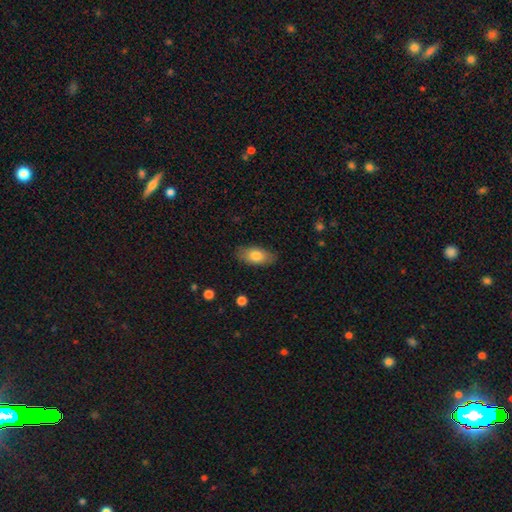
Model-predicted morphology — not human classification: Overall: smooth (79%). How rounded: in between (90%). Merging: none (84%).